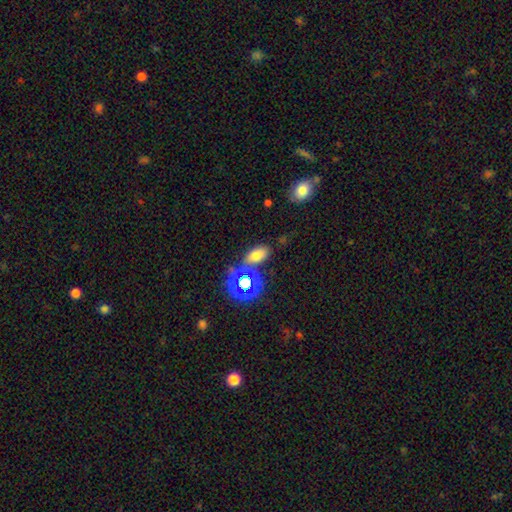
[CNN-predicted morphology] smooth-or-featured: smooth: 63% | star or artifact: 26% | featured or disk: 11%
  how-rounded: in between: 88% | round: 9% | cigar-shaped: 3%
  merging: none: 72% | minor disturbance: 13% | merger: 11% | major disturbance: 5%